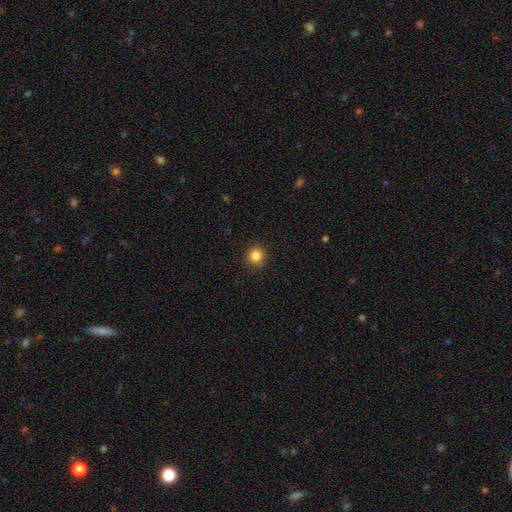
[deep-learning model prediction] A smooth galaxy with no disk features (85%) that is round (91%). Merging: none (88%).